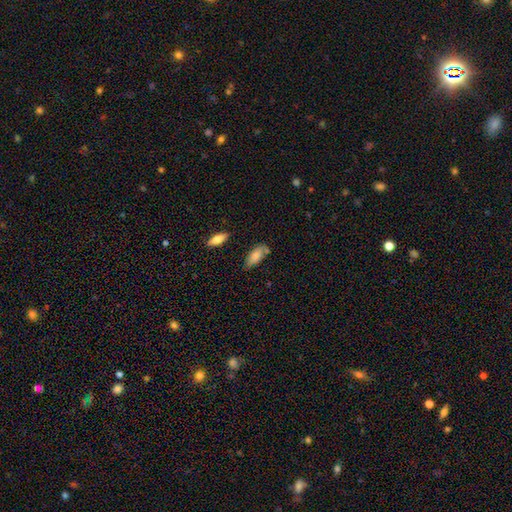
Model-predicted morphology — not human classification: smooth 80%, featured or disk 14%, star or artifact 7%. Down the decision tree: how rounded — in between (81%); merging — none (67%).